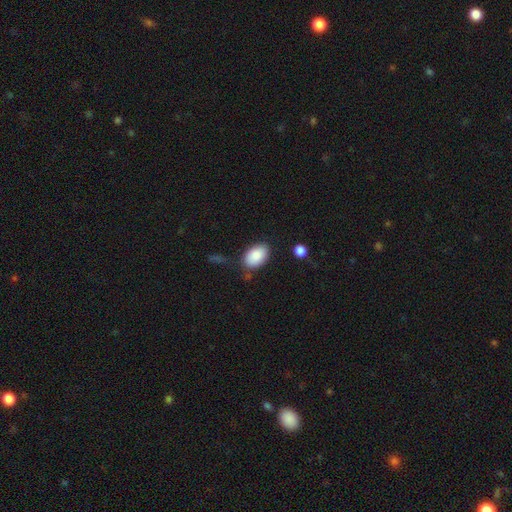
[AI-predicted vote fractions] Morphology: type=smooth (88%); roundness=in between (90%); merging=none (78%).